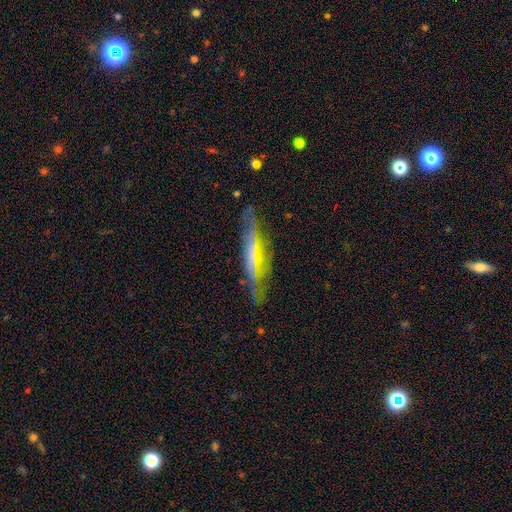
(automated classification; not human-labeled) Q: Smooth or featured?
A: featured or disk (69%); runner-up: smooth (23%)
Q: Edge-on disk?
A: yes (81%); runner-up: no (19%)
Q: Edge-on bulge?
A: none (57%); runner-up: rounded (23%)
Q: Merging?
A: none (70%); runner-up: minor disturbance (20%)